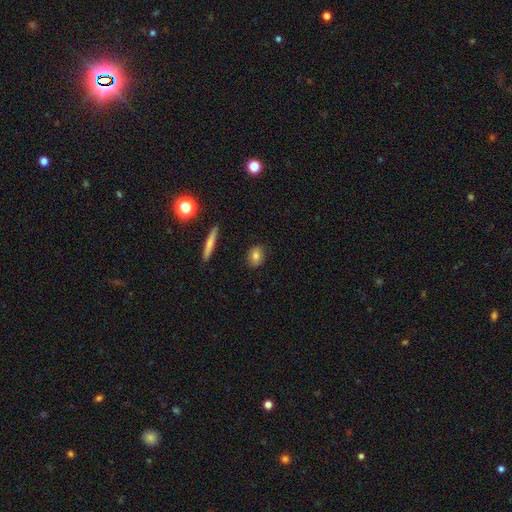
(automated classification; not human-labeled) smooth_or_featured: smooth (p=0.79) [alt: featured or disk p=0.12]
how_rounded: in between (p=0.52) [alt: round p=0.43]
merging: none (p=0.87) [alt: minor disturbance p=0.09]